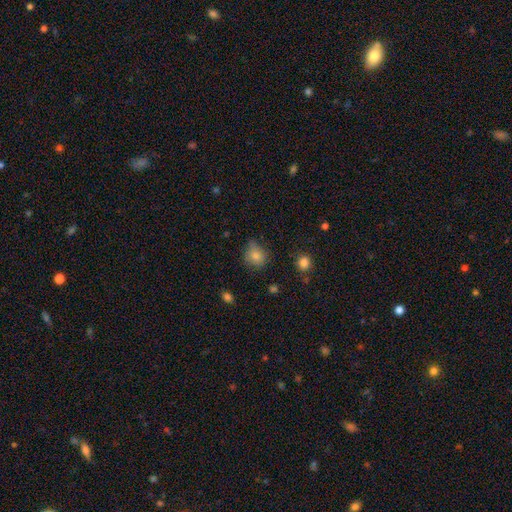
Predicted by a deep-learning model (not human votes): Smooth or featured? smooth (81%)
How rounded? round (74%)
Merging? none (66%)